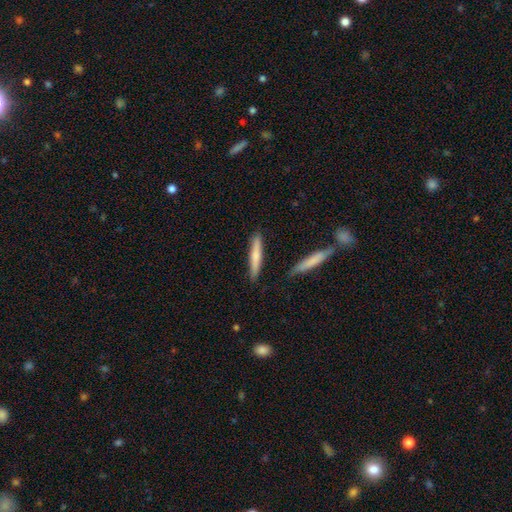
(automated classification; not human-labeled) A smooth galaxy with no disk features (69%) that is cigar-shaped (92%). Merging: none (86%).